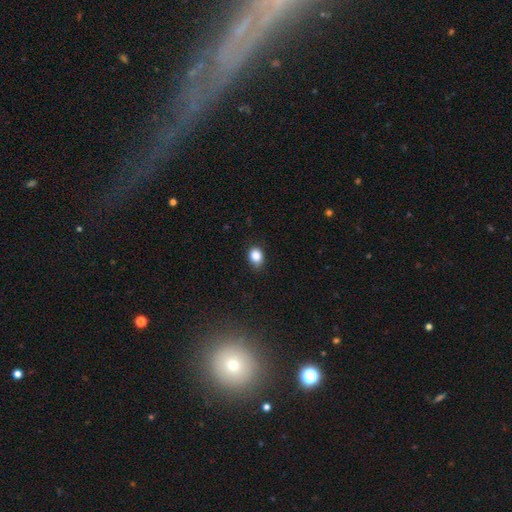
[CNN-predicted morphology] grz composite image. It shows a smooth galaxy with no disk features (86%) that is in between round and cigar-shaped (54%). Merging: none (75%).